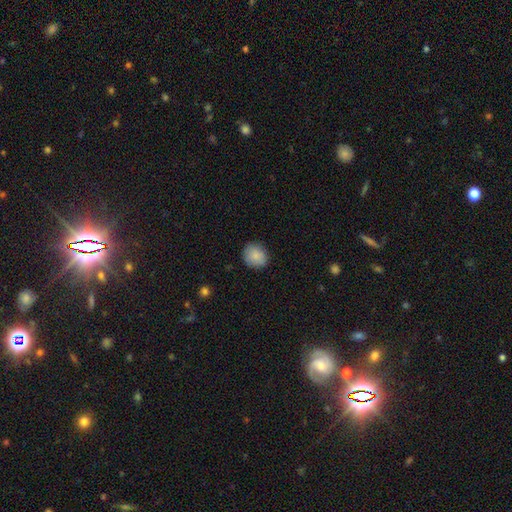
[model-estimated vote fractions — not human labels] Smooth or featured?
  - smooth: 86% *
  - star or artifact: 8%
  - featured or disk: 6%
How rounded?
  - round: 81% *
  - in between: 18%
  - cigar-shaped: 1%
Merging?
  - none: 86% *
  - minor disturbance: 11%
  - major disturbance: 2%
  - merger: 1%